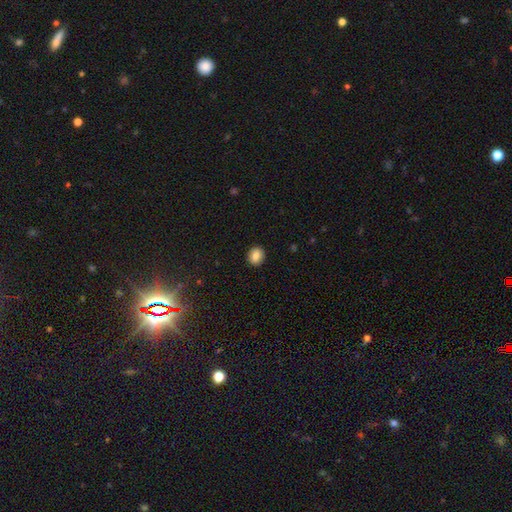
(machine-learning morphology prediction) type=smooth (83%); roundness=round (75%); merging=none (91%).